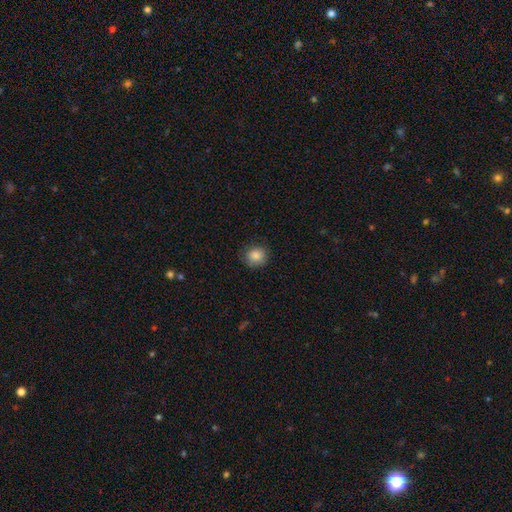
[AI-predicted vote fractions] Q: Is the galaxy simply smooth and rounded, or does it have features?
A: smooth — 87%.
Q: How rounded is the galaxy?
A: round — 83%.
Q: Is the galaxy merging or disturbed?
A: none — 83%.